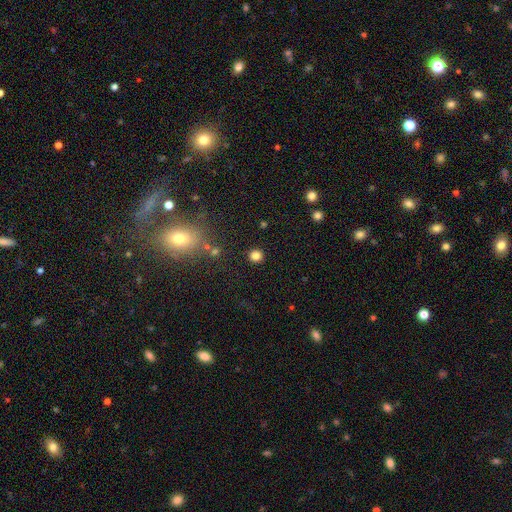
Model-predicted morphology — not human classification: Smooth or featured? Predicted: smooth (p=0.82). How rounded? Predicted: round (p=0.91). Merging? Predicted: none (p=0.90).